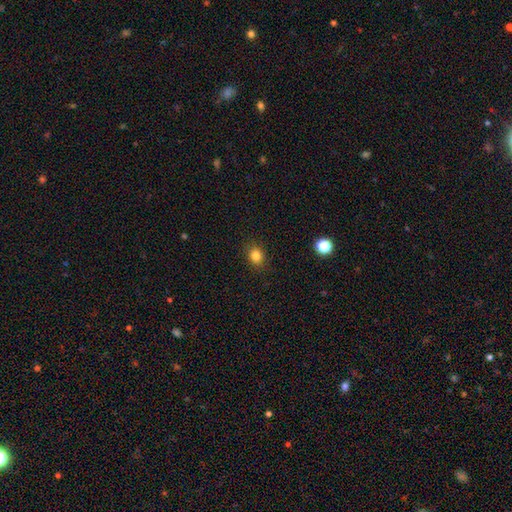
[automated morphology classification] Smooth or featured? Predicted: smooth (p=0.83). How rounded? Predicted: round (p=0.57). Merging? Predicted: none (p=0.88).